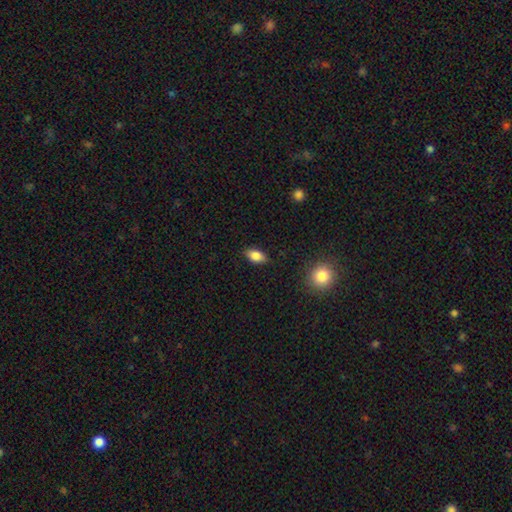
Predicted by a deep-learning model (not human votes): Overall: smooth (84%). How rounded: in between (89%). Merging: none (86%).